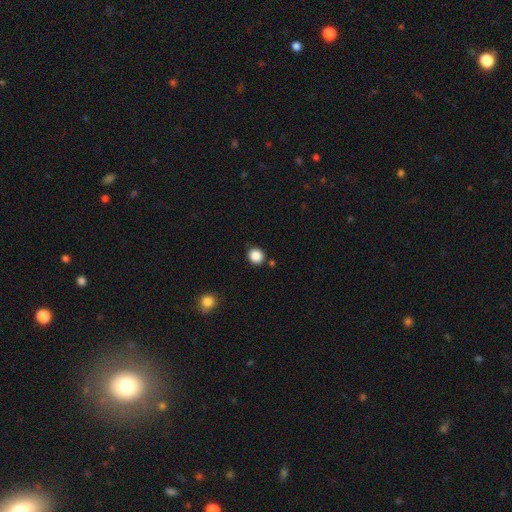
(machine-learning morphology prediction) Smooth or featured? smooth (88%)
How rounded? round (88%)
Merging? none (88%)